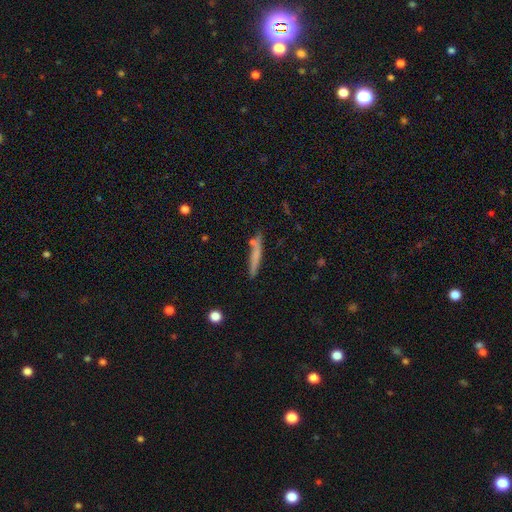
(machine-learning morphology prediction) Q: Smooth or featured?
A: smooth (63%); runner-up: featured or disk (29%)
Q: How rounded?
A: cigar-shaped (94%); runner-up: in between (4%)
Q: Merging?
A: none (78%); runner-up: minor disturbance (13%)